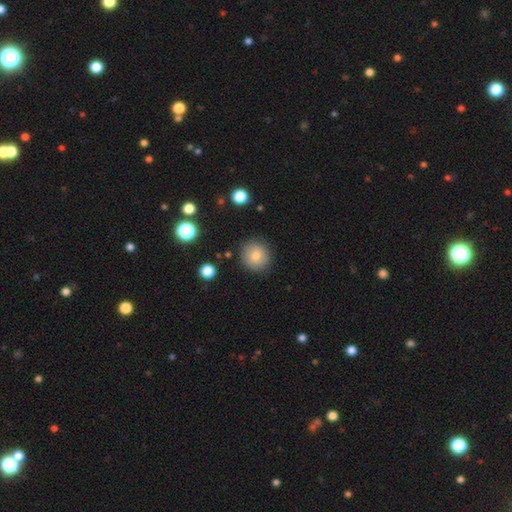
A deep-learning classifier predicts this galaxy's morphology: Q: Smooth or featured?
A: smooth (79%); runner-up: featured or disk (11%)
Q: How rounded?
A: round (92%); runner-up: in between (7%)
Q: Merging?
A: none (87%); runner-up: minor disturbance (8%)